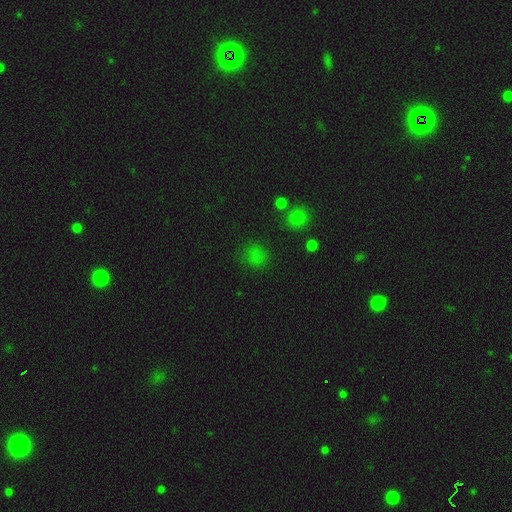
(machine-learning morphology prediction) A smooth galaxy with no disk features (69%) that is round (80%).

Vote fractions:
- Smooth or featured? smooth: 69% / star or artifact: 25% / featured or disk: 6%
- How rounded? round: 80% / in between: 19% / cigar-shaped: 1%
- Merging? none: 76% / minor disturbance: 14% / major disturbance: 7% / merger: 3%